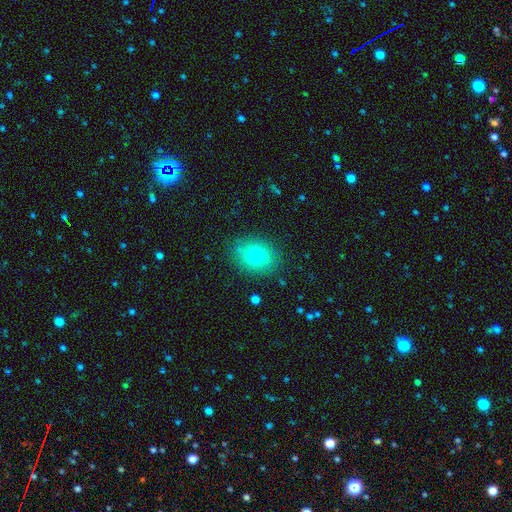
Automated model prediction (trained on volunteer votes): The model was most divided on "how rounded": round: 51%, in between: 48%, cigar-shaped: 1%. More confident: merging — none (83%); smooth or featured — smooth (75%).